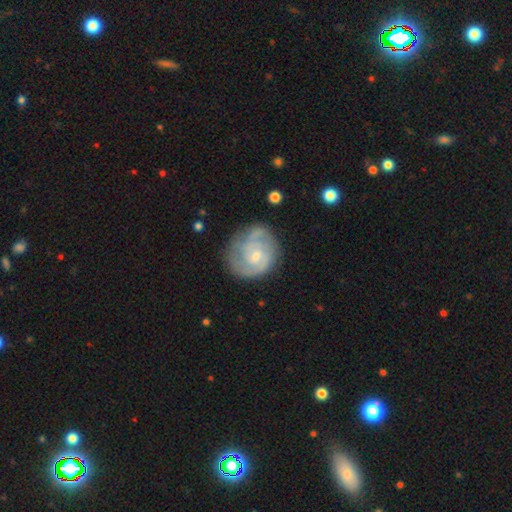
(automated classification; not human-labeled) Smooth or featured? featured or disk (82%)
Edge-on disk? no (98%)
Bar? no (61%)
Spiral arms? yes (95%)
Spiral winding? tight (55%)
Spiral arm count? 2 (54%)
Bulge size? small (57%)
Merging? none (71%)